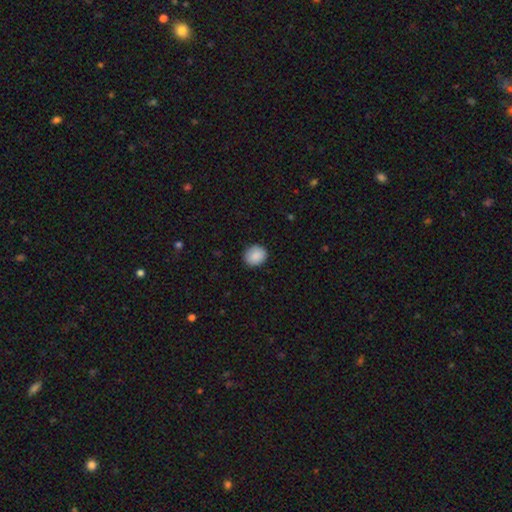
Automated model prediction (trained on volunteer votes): Smooth or featured? Predicted: smooth (p=0.89). How rounded? Predicted: round (p=0.77). Merging? Predicted: none (p=0.89).